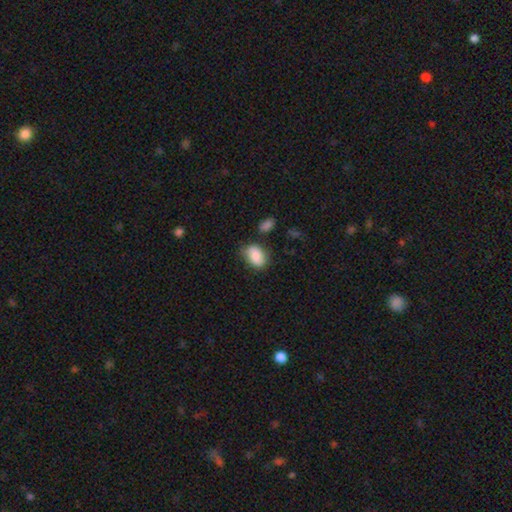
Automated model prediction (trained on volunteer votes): Overall: smooth (84%). How rounded: in between (83%). Merging: none (68%).